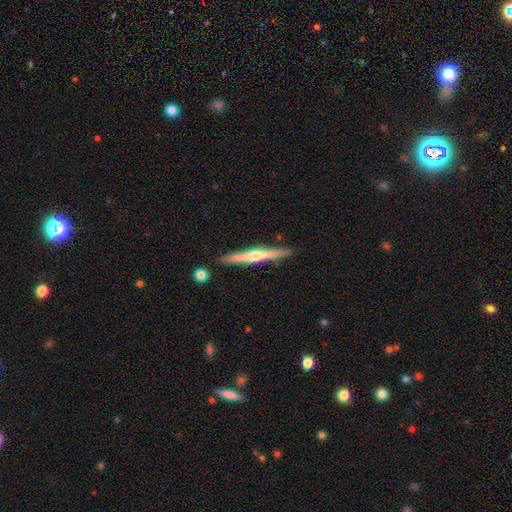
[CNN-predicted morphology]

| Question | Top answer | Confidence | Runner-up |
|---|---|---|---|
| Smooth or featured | featured or disk | 69% | smooth (26%) |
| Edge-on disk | yes | 98% | no (2%) |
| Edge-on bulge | rounded | 87% | none (9%) |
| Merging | none | 90% | minor disturbance (7%) |